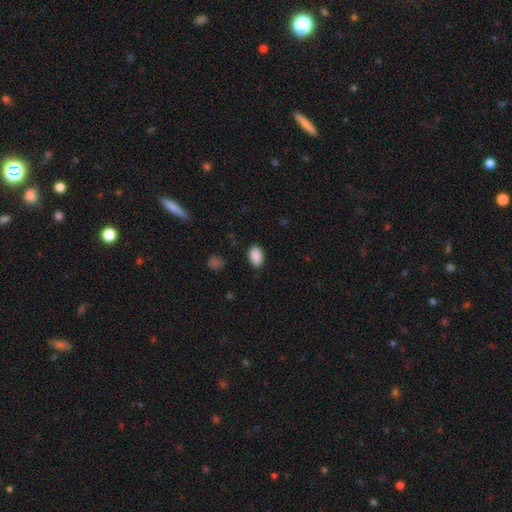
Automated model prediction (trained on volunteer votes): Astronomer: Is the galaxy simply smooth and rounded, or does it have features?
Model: smooth — 90%.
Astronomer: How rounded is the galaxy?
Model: in between — 88%.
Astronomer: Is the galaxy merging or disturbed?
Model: none — 86%.